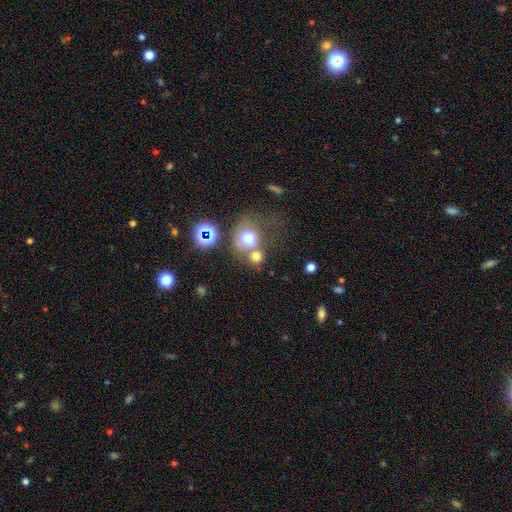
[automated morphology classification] smooth-or-featured: smooth: 64% | star or artifact: 23% | featured or disk: 12%
  how-rounded: round: 81% | in between: 18% | cigar-shaped: 1%
  merging: none: 48% | merger: 36% | minor disturbance: 9% | major disturbance: 7%